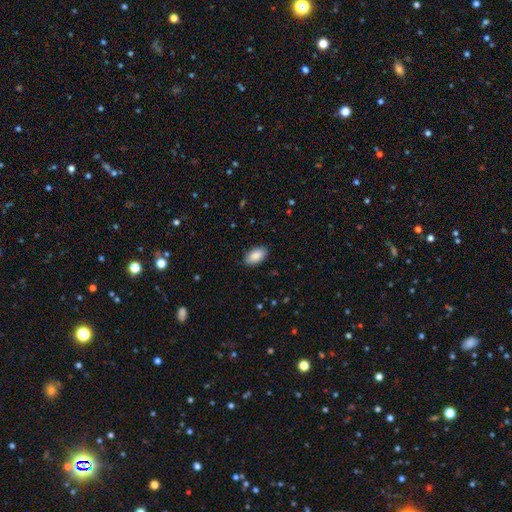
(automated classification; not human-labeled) Smooth or featured? Predicted: smooth (p=0.89). How rounded? Predicted: in between (p=0.95). Merging? Predicted: none (p=0.87).